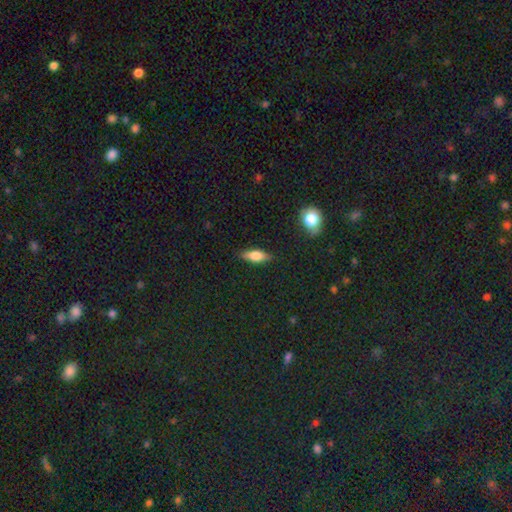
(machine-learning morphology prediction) A smooth galaxy with no disk features (69%) that is in between round and cigar-shaped (64%). Merging: none (86%).